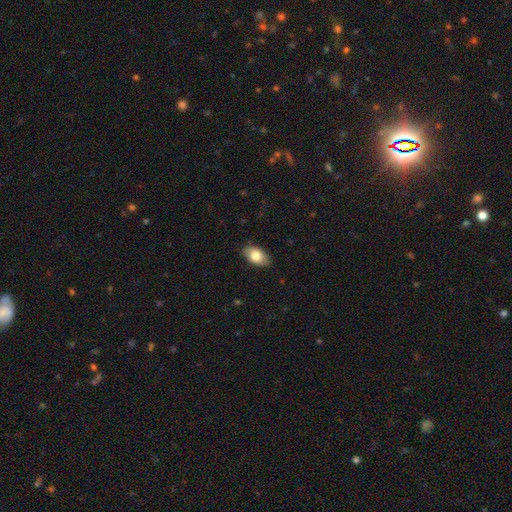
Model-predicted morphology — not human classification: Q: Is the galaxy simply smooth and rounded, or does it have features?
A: smooth — 82%.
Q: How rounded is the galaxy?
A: in between — 93%.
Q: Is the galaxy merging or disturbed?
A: none — 85%.